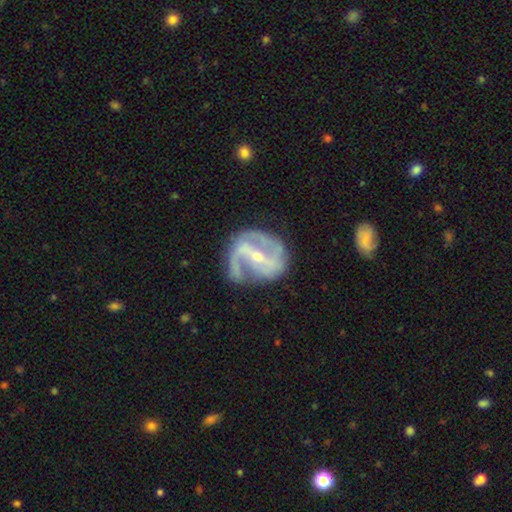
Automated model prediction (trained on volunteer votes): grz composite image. It shows a featured or disk galaxy (88%) with a strong bar (62%), 2 (73%) medium (48%) spiral arms (93%) and a small central bulge (61%). Merging: none (59%).